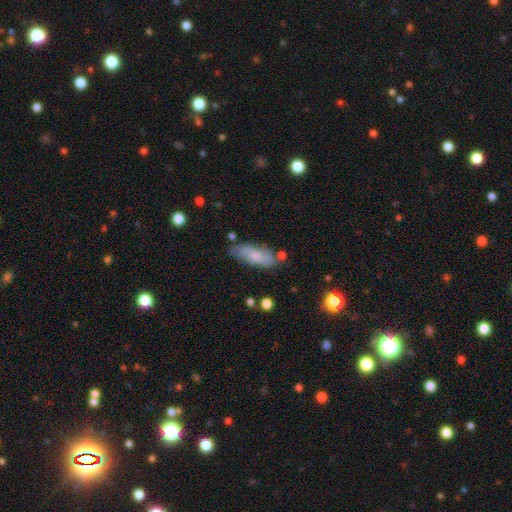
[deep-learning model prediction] Morphology: type=smooth (72%); roundness=in between (61%); merging=none (70%).